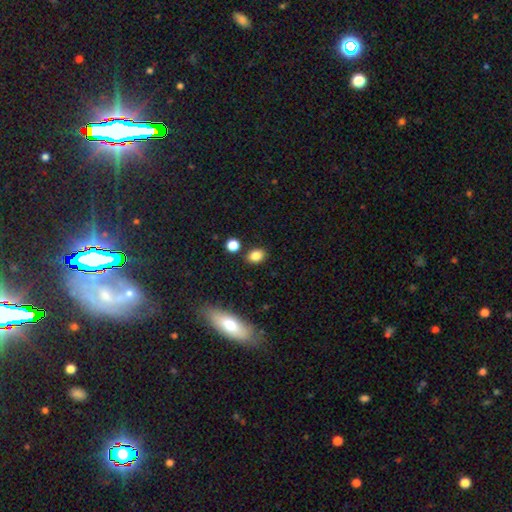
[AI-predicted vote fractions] A smooth galaxy with no disk features (83%) that is in between round and cigar-shaped (67%). Merging: none (81%).